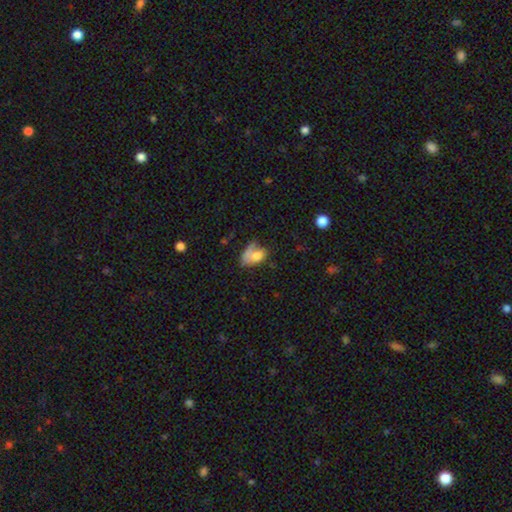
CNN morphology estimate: Q: Smooth or featured?
A: smooth (66%); runner-up: featured or disk (24%)
Q: How rounded?
A: in between (80%); runner-up: round (18%)
Q: Merging?
A: major disturbance (32%); runner-up: none (29%)